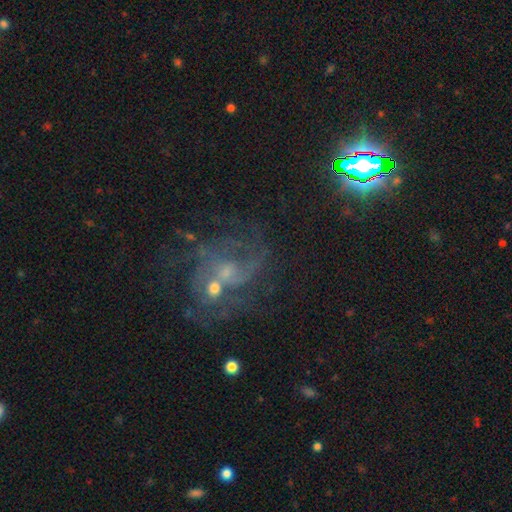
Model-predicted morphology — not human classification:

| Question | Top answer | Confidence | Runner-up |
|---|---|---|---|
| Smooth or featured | featured or disk | 54% | star or artifact (34%) |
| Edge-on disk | no | 96% | yes (4%) |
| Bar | no | 60% | weak (32%) |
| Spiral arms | yes | 75% | no (25%) |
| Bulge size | small | 57% | moderate (23%) |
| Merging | none | 49% | major disturbance (20%) |